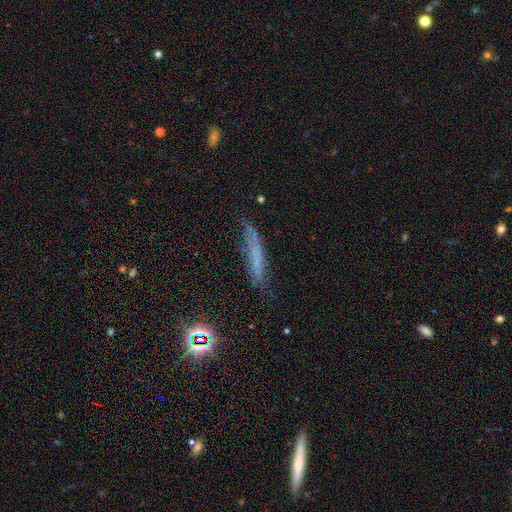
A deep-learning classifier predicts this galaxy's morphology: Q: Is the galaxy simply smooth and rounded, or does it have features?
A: smooth — 48%.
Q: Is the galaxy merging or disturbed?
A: none — 60%.